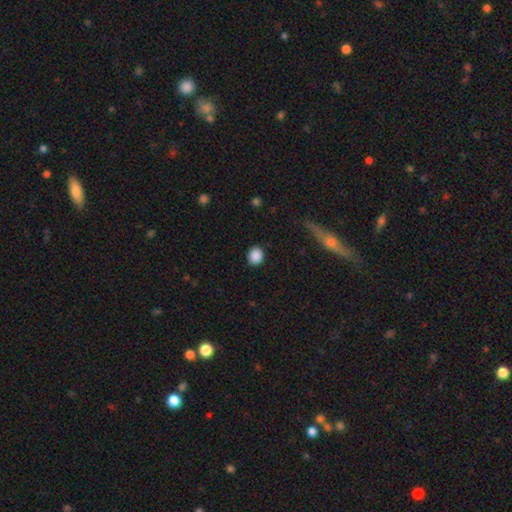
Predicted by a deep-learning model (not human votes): The model was most divided on "how rounded": round: 67%, in between: 32%, cigar-shaped: 1%. More confident: smooth or featured — smooth (89%); merging — none (89%).